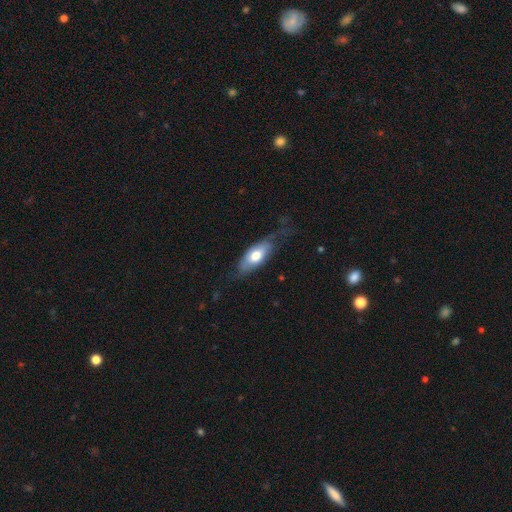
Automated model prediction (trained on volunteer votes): smooth 60%, featured or disk 34%, star or artifact 6%. Down the decision tree: how rounded — in between (81%); merging — none (53%).